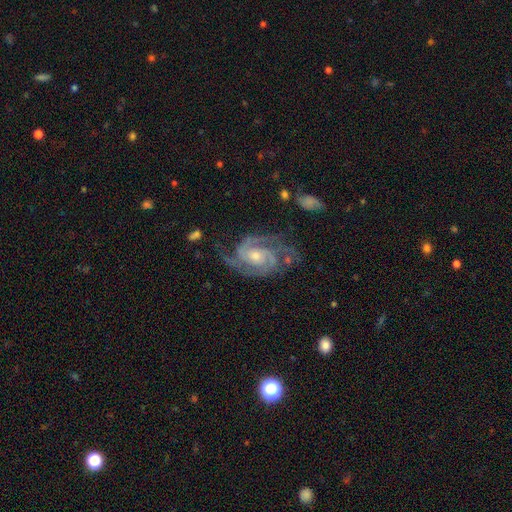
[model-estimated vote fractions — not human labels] Smooth or featured? featured or disk (91%)
Edge-on disk? no (98%)
Bar? no (63%)
Spiral arms? yes (98%)
Spiral winding? tight (49%)
Spiral arm count? 2 (54%)
Bulge size? small (50%)
Merging? none (68%)